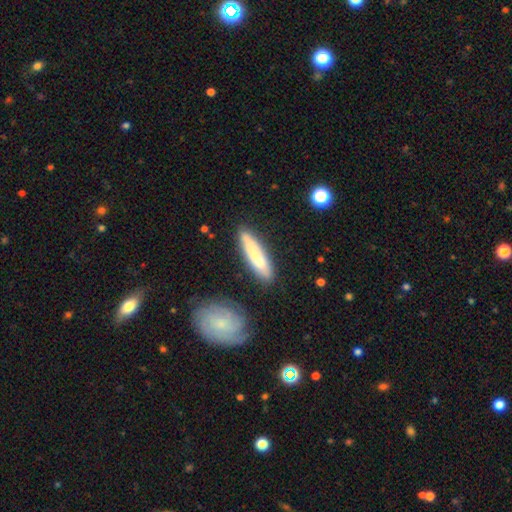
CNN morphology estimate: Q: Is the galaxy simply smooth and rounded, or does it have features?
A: smooth — 68%.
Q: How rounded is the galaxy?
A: cigar-shaped — 84%.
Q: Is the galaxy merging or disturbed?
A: none — 81%.